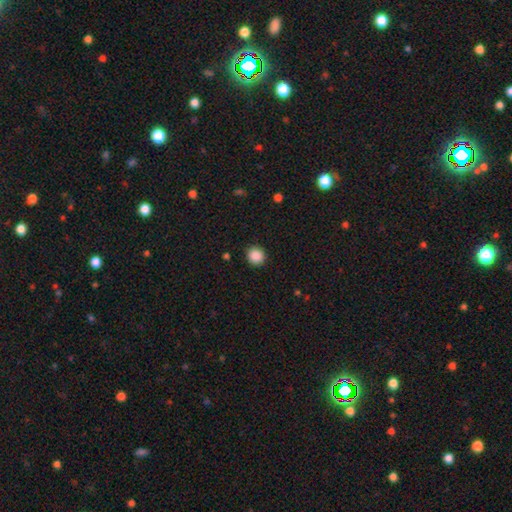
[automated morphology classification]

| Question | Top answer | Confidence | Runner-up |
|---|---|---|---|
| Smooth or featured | smooth | 88% | star or artifact (9%) |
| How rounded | round | 90% | in between (9%) |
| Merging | none | 91% | minor disturbance (6%) |